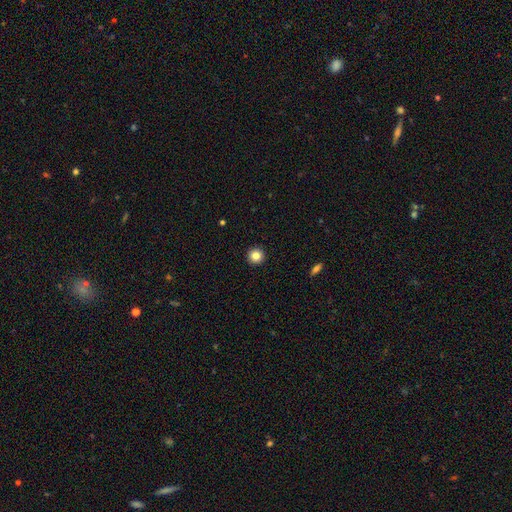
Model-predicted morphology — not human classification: A smooth galaxy with no disk features (84%) that is round (96%). Merging: none (94%).